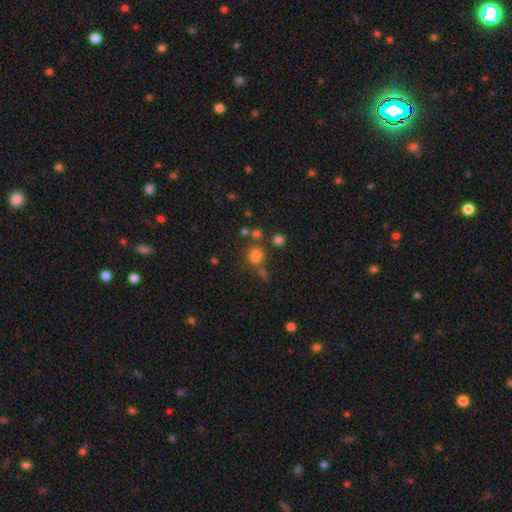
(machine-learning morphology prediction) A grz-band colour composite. It shows a smooth galaxy with no disk features (72%) that is round (77%). Merging: none (59%).